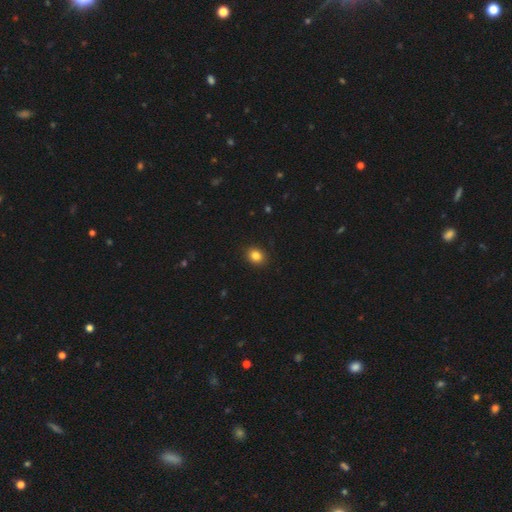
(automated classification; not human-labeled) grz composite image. It shows a smooth galaxy with no disk features (84%) that is round (62%). Merging: none (90%).